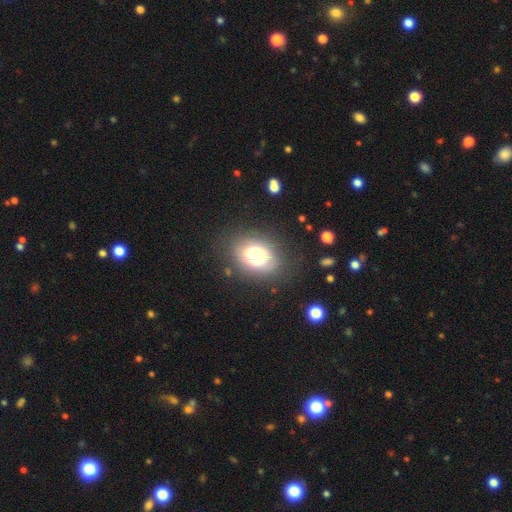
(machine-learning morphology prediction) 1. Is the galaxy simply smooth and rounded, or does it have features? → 74% smooth, 15% featured or disk, 11% star or artifact.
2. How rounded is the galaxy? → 70% in between, 29% round, 1% cigar-shaped.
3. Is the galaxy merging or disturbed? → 75% none, 15% minor disturbance, 8% major disturbance, 2% merger.